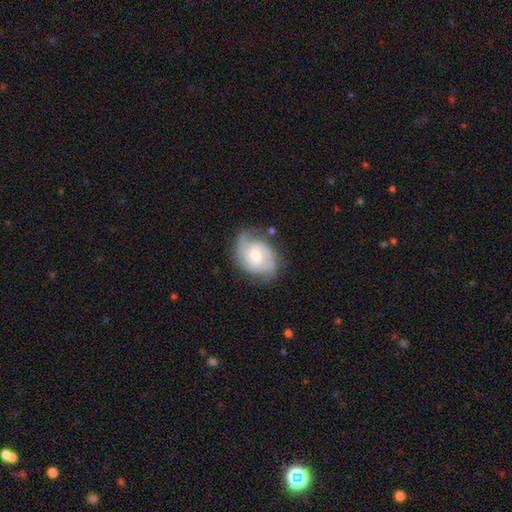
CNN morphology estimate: featured or disk 81%, smooth 14%, star or artifact 5%. Down the decision tree: edge-on disk — no (97%); bar — no (50%); spiral arms — yes (96%); spiral arm count — 2 (55%); spiral winding — medium (45%); bulge size — moderate (53%); merging — none (69%).